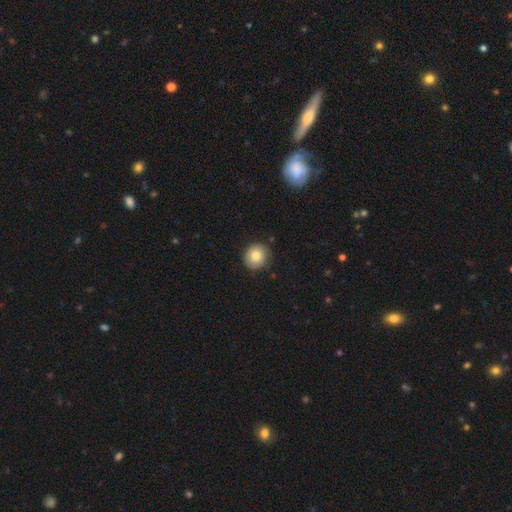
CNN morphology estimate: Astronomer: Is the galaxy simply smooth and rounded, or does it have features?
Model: smooth — 81%.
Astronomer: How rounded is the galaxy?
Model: round — 86%.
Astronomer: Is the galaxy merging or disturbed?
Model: none — 85%.